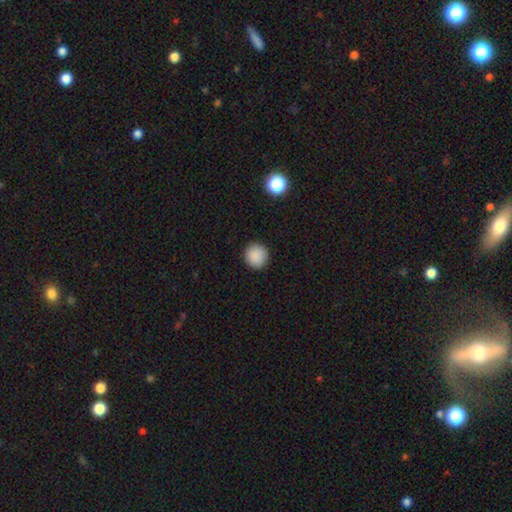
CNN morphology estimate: Smooth or featured?
  - smooth: 89% *
  - star or artifact: 8%
  - featured or disk: 3%
How rounded?
  - round: 93% *
  - in between: 6%
  - cigar-shaped: 1%
Merging?
  - none: 91% *
  - minor disturbance: 6%
  - major disturbance: 2%
  - merger: 1%